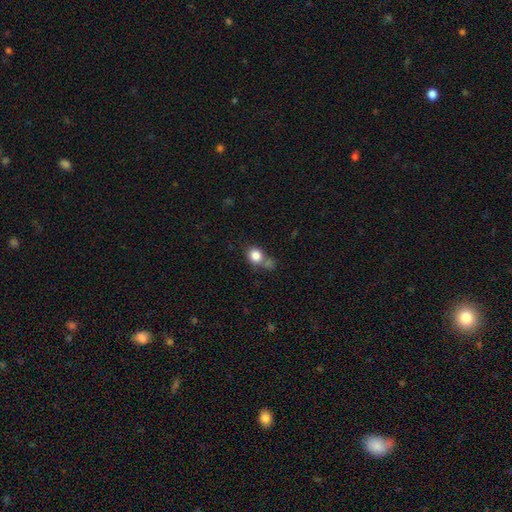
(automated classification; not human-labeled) Overall: smooth (82%). How rounded: round (67%; in between 32%). Merging: none (50%; merger 23%).